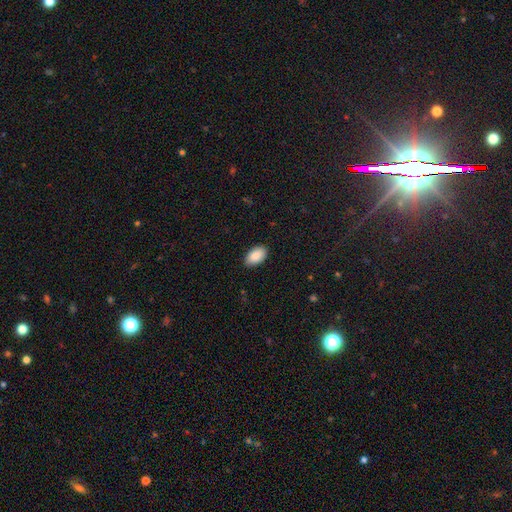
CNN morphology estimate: Smooth or featured?
  - smooth: 90% *
  - star or artifact: 6%
  - featured or disk: 4%
How rounded?
  - in between: 95% *
  - round: 3%
  - cigar-shaped: 1%
Merging?
  - none: 87% *
  - minor disturbance: 10%
  - major disturbance: 2%
  - merger: 1%